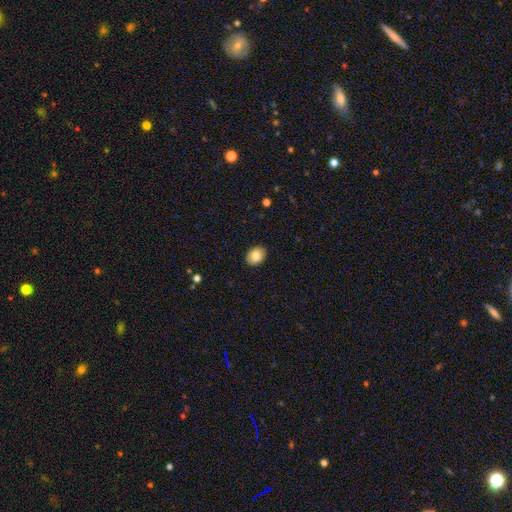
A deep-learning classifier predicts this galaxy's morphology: Overall: smooth (83%). How rounded: in between (68%; round 31%). Merging: none (90%).